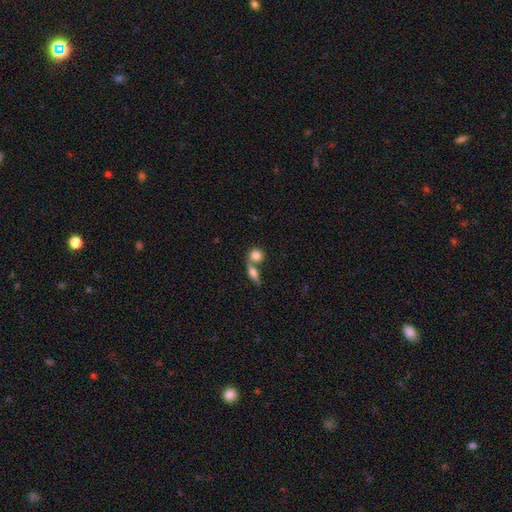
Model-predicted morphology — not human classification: A smooth galaxy with no disk features (78%) that is round (70%).

Vote fractions:
- Smooth or featured? smooth: 78% / featured or disk: 14% / star or artifact: 8%
- How rounded? round: 70% / in between: 25% / cigar-shaped: 5%
- Merging? none: 46% / merger: 42% / minor disturbance: 8% / major disturbance: 4%